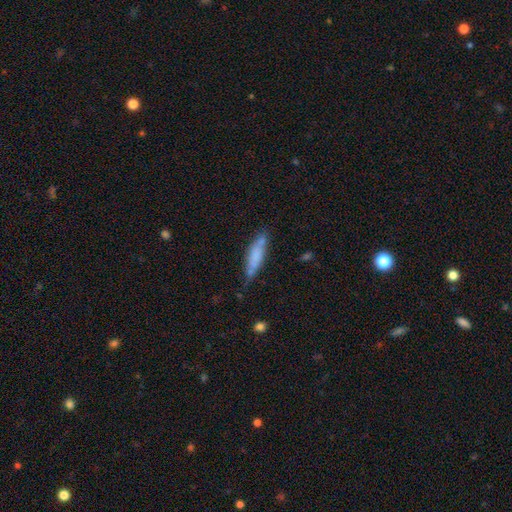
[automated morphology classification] This is likely a smooth galaxy (67%). How rounded: likely cigar-shaped (72%). Merging: likely none (60%).